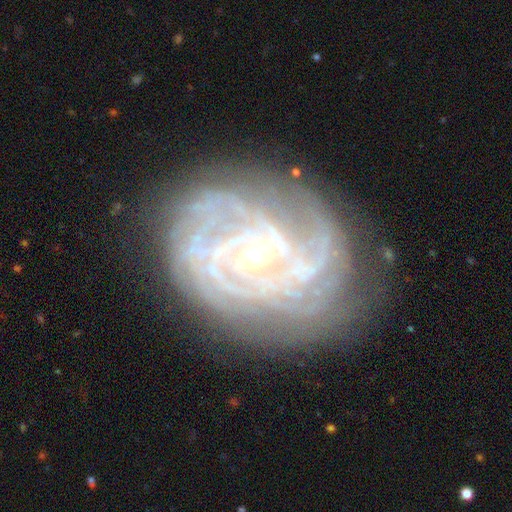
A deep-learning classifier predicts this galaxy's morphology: A featured or disk galaxy (89%) with a weak bar (41%), tight (74%) spiral arms (96%) and a small central bulge (66%). Merging: none (73%).